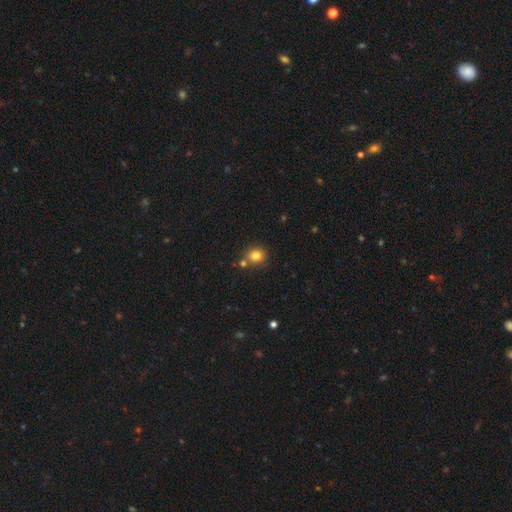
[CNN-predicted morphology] This appears to be a smooth galaxy with no disk features (81%) that is round (84%). Merging: none (72%).